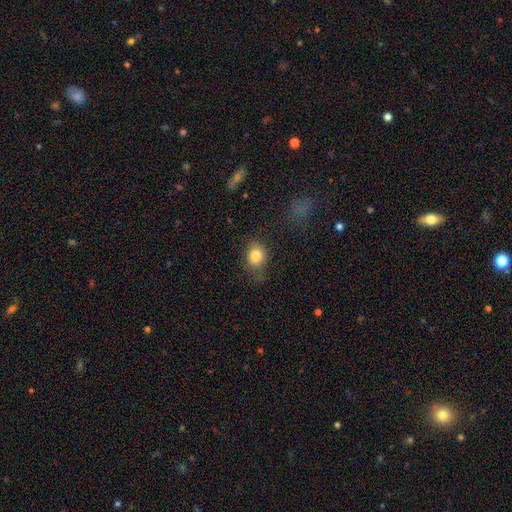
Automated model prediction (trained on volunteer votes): A smooth galaxy with no disk features (81%) that is round (52%).

Vote fractions:
- Smooth or featured? smooth: 81% / star or artifact: 10% / featured or disk: 9%
- How rounded? round: 52% / in between: 46% / cigar-shaped: 1%
- Merging? none: 62% / minor disturbance: 25% / major disturbance: 10% / merger: 2%